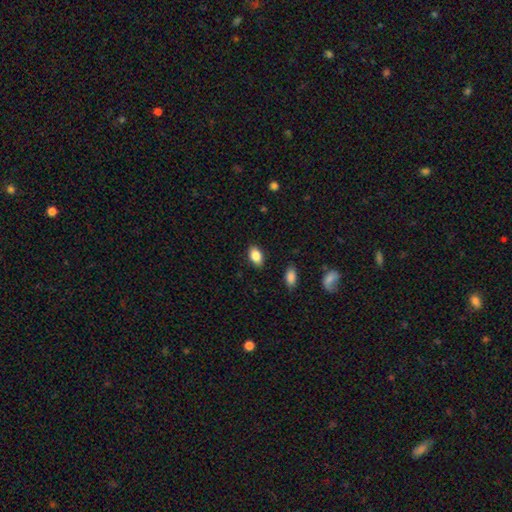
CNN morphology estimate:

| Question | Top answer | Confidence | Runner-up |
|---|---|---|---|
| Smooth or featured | smooth | 85% | star or artifact (8%) |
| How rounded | in between | 89% | round (9%) |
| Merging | none | 87% | minor disturbance (10%) |